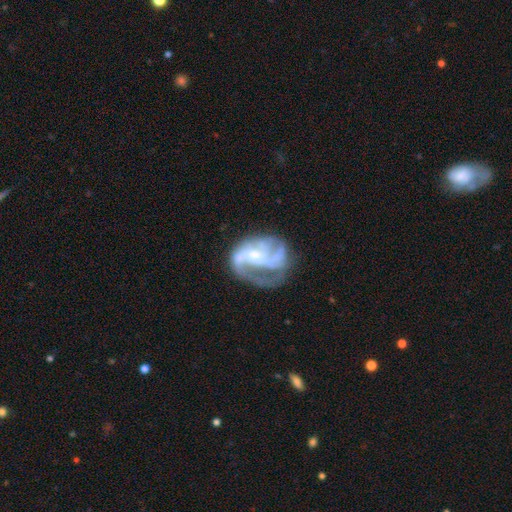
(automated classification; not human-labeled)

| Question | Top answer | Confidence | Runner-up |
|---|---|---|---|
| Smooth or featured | featured or disk | 82% | smooth (11%) |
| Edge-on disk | no | 98% | yes (2%) |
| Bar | no | 60% | weak (31%) |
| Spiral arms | yes | 90% | no (10%) |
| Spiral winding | medium | 46% | loose (28%) |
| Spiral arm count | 2 | 30% | tied: 3 (30%) |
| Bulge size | small | 67% | moderate (22%) |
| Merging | none | 42% | major disturbance (33%) |